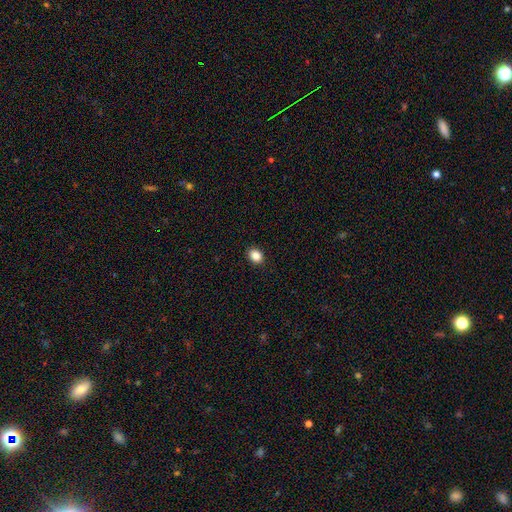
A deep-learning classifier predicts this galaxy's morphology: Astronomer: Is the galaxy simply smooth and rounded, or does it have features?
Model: smooth — 87%.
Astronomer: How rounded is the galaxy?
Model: in between — 51% (runner-up: round, 49%).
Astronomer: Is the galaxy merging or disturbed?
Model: none — 91%.